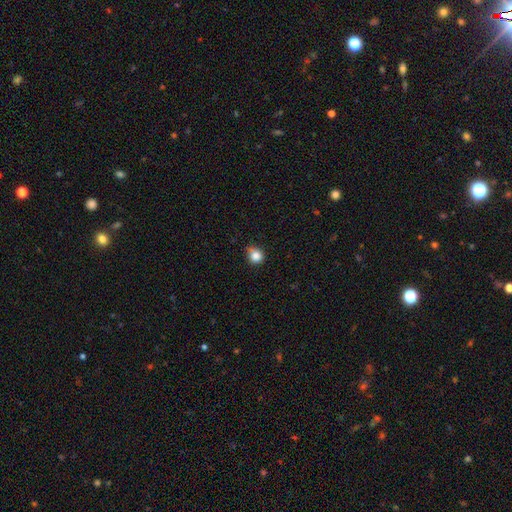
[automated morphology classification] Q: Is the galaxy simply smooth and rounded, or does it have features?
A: smooth — 84%.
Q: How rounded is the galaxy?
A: round — 83%.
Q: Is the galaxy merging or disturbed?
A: none — 60%.